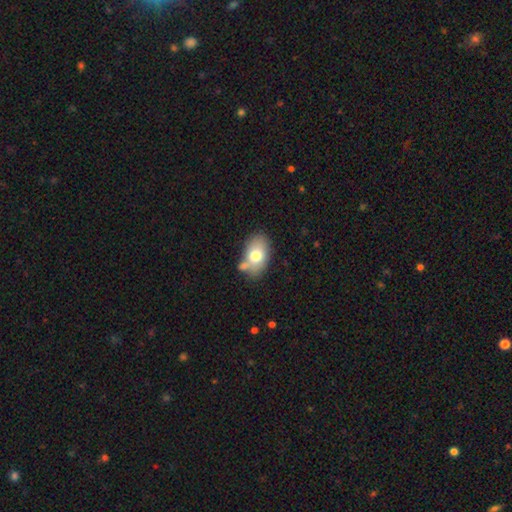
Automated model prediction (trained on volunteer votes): smooth-or-featured: smooth: 73% | featured or disk: 20% | star or artifact: 8%
  how-rounded: in between: 88% | round: 11% | cigar-shaped: 1%
  merging: none: 56% | minor disturbance: 21% | merger: 16% | major disturbance: 6%